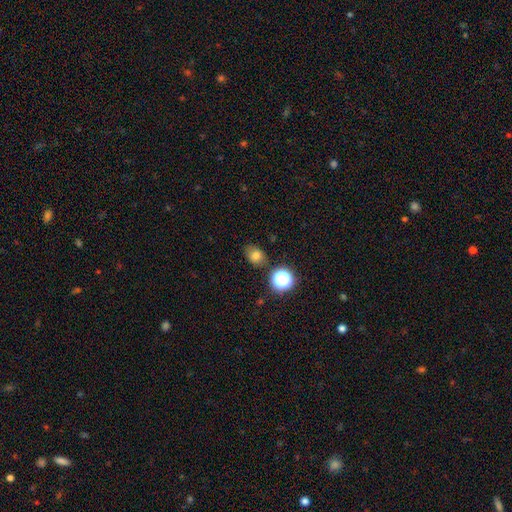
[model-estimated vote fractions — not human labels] smooth-or-featured: smooth: 76% | star or artifact: 17% | featured or disk: 8%
  how-rounded: round: 52% | in between: 47% | cigar-shaped: 1%
  merging: none: 76% | minor disturbance: 16% | merger: 4% | major disturbance: 4%